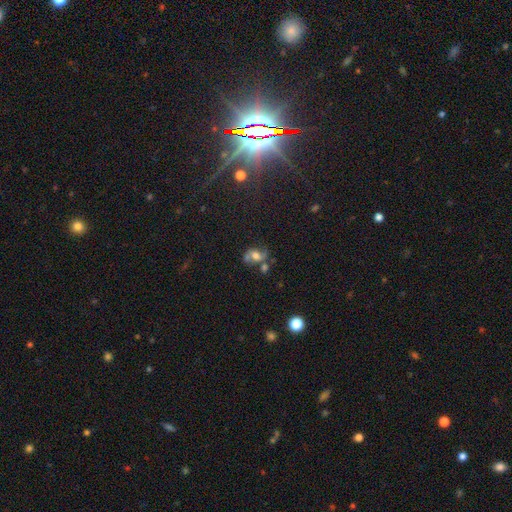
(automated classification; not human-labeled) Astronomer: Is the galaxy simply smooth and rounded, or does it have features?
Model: featured or disk — 53% (runner-up: smooth, 33%).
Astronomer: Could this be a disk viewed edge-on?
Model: no — 96%.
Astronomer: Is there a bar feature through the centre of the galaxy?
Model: no — 61%.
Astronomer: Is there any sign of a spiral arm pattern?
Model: yes — 78%.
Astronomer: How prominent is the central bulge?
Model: moderate — 48% (runner-up: large, 32%).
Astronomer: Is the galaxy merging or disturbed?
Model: none — 44% (runner-up: merger, 25%).